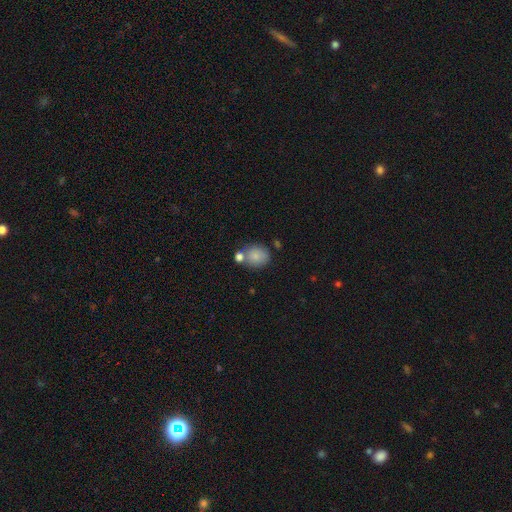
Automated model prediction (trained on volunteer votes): This is clearly a smooth galaxy (83%). How rounded: likely round (65%). Merging: possibly none (60%).